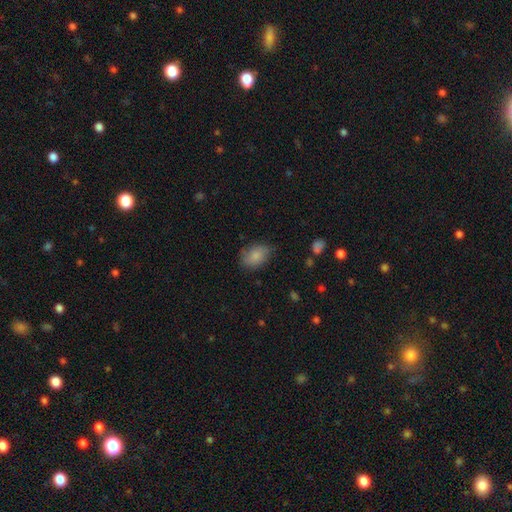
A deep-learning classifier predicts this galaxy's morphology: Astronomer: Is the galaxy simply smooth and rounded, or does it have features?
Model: smooth — 85%.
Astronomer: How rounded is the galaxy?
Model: in between — 83%.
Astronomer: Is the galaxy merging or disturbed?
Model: none — 68%.